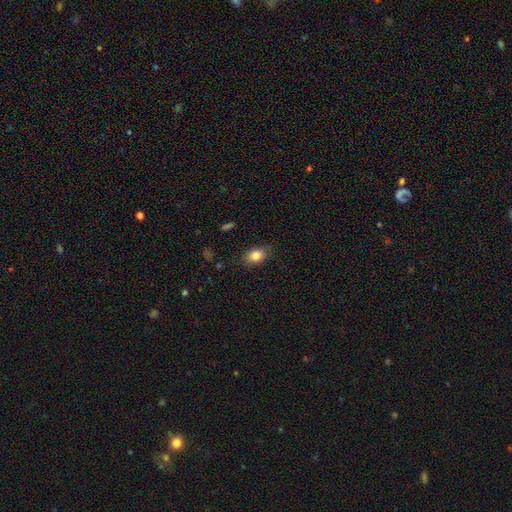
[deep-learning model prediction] Smooth or featured? smooth (83%)
How rounded? in between (75%)
Merging? none (82%)